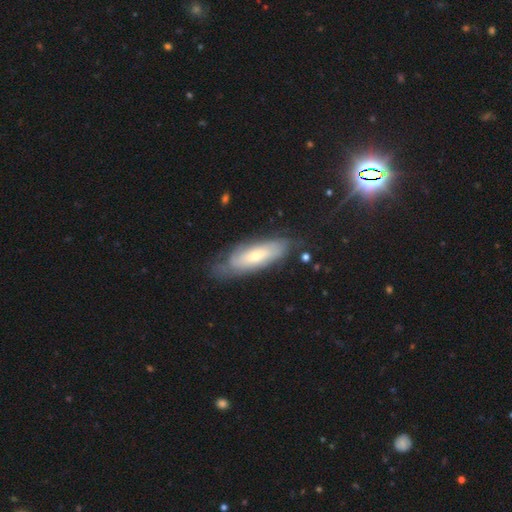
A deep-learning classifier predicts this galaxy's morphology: Smooth or featured?
  - featured or disk: 56% *
  - smooth: 37%
  - star or artifact: 7%
Edge-on disk?
  - no: 76% *
  - yes: 24%
Merging?
  - none: 66% *
  - minor disturbance: 23%
  - major disturbance: 9%
  - merger: 2%